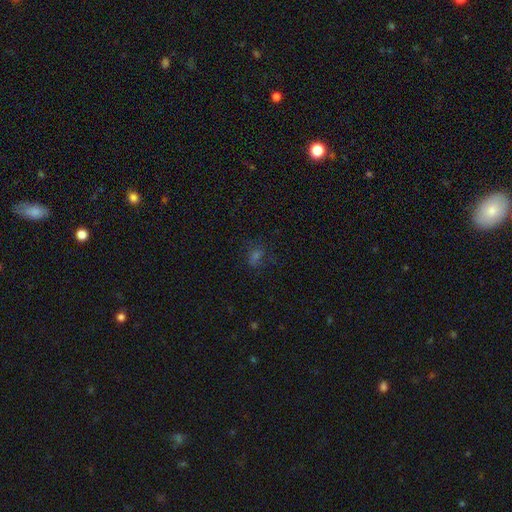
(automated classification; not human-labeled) Smooth or featured?
  - smooth: 44% *
  - star or artifact: 38%
  - featured or disk: 19%
Merging?
  - none: 68% *
  - minor disturbance: 17%
  - major disturbance: 12%
  - merger: 2%